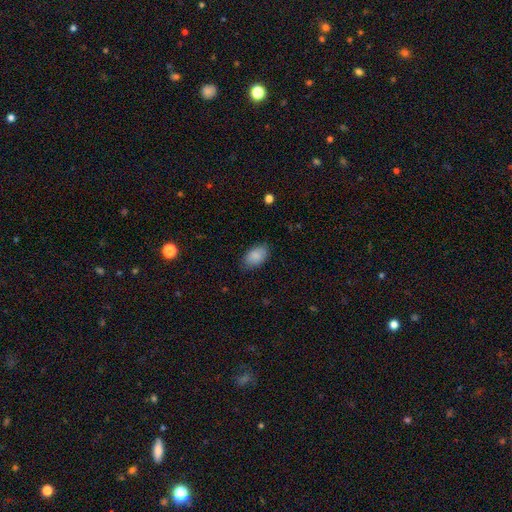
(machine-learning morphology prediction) A smooth galaxy with no disk features (85%) that is in between round and cigar-shaped (92%). Merging: none (78%).